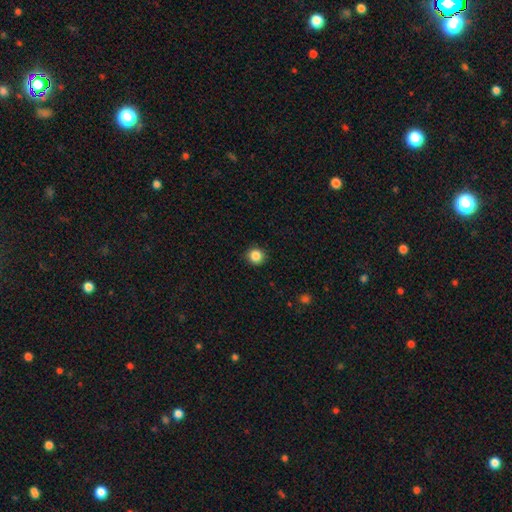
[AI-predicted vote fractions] Smooth or featured?
  - smooth: 86% *
  - star or artifact: 11%
  - featured or disk: 4%
How rounded?
  - round: 93% *
  - in between: 7%
  - cigar-shaped: 1%
Merging?
  - none: 91% *
  - minor disturbance: 6%
  - major disturbance: 2%
  - merger: 1%